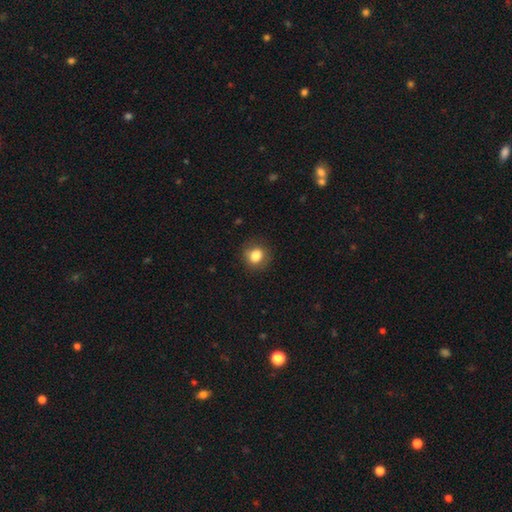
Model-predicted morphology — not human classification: smooth-or-featured: smooth: 82% | star or artifact: 10% | featured or disk: 8%
  how-rounded: round: 77% | in between: 22% | cigar-shaped: 1%
  merging: none: 85% | minor disturbance: 11% | major disturbance: 3% | merger: 1%